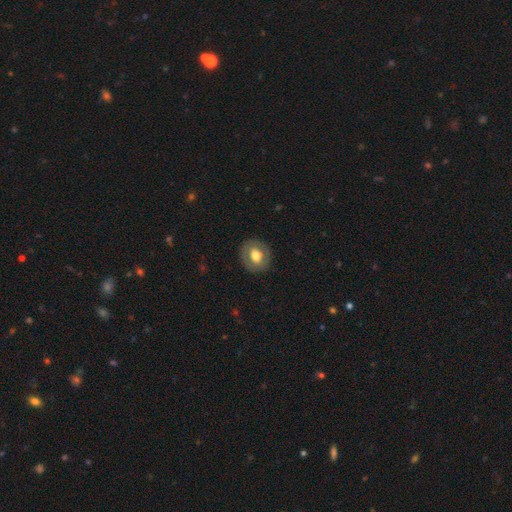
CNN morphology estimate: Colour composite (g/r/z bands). It shows a smooth galaxy with no disk features (58%) that is round (63%). Merging: none (85%).